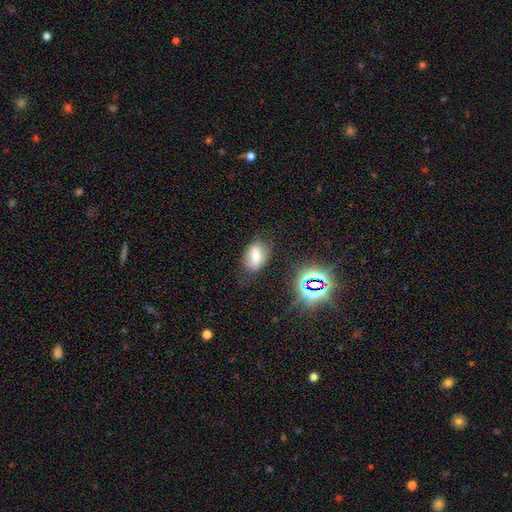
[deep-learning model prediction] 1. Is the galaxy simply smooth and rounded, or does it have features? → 60% smooth, 21% featured or disk, 19% star or artifact.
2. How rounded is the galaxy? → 85% in between, 12% round, 2% cigar-shaped.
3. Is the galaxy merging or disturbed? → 73% none, 19% minor disturbance, 6% major disturbance, 2% merger.